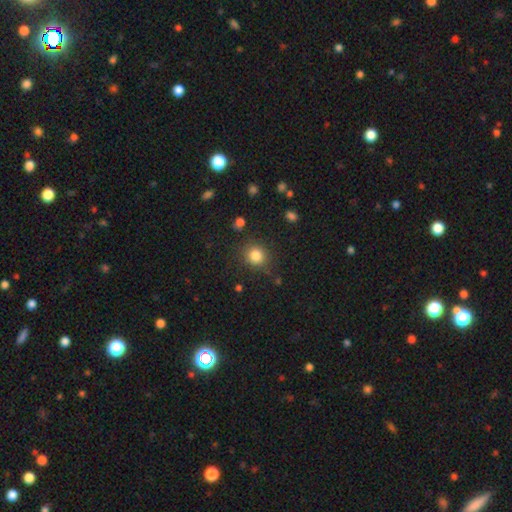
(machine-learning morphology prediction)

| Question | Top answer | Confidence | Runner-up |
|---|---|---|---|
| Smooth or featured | smooth | 83% | star or artifact (11%) |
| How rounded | round | 86% | in between (13%) |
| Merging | none | 82% | minor disturbance (11%) |